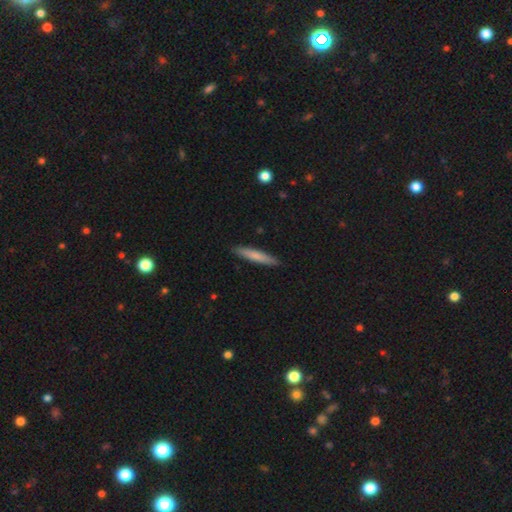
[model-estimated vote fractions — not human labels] smooth_or_featured: smooth (p=0.75) [alt: featured or disk p=0.20]
how_rounded: cigar-shaped (p=0.93) [alt: in between p=0.06]
merging: none (p=0.90) [alt: minor disturbance p=0.07]